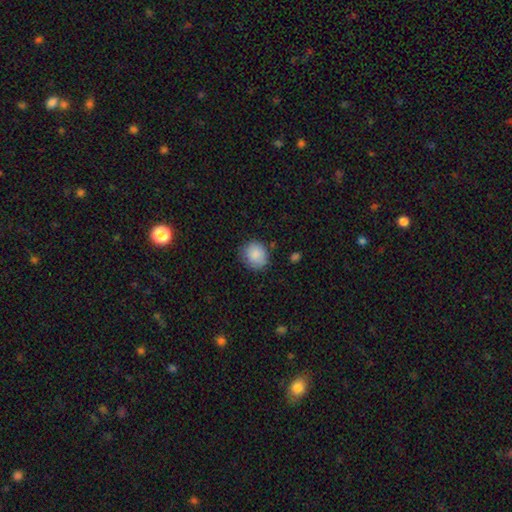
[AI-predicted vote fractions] This is clearly a smooth galaxy (87%). How rounded: likely round (79%). Merging: likely none (78%).